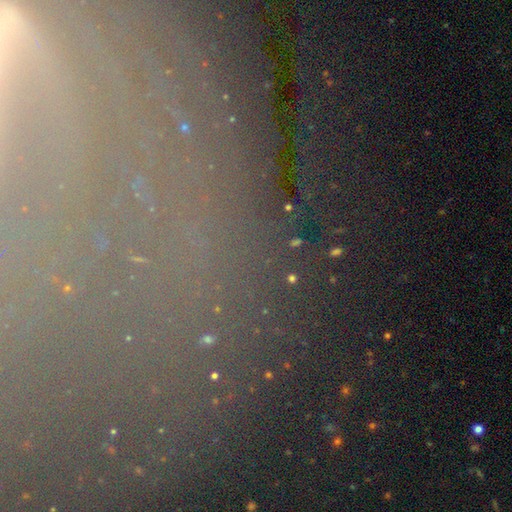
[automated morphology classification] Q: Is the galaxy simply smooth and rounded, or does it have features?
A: star or artifact — 70%.